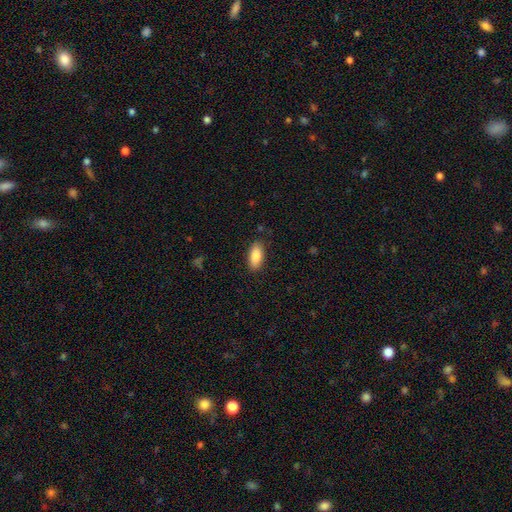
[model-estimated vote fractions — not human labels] smooth-or-featured: smooth: 89% | star or artifact: 6% | featured or disk: 5%
  how-rounded: in between: 88% | cigar-shaped: 11% | round: 2%
  merging: none: 87% | minor disturbance: 10% | major disturbance: 2% | merger: 1%